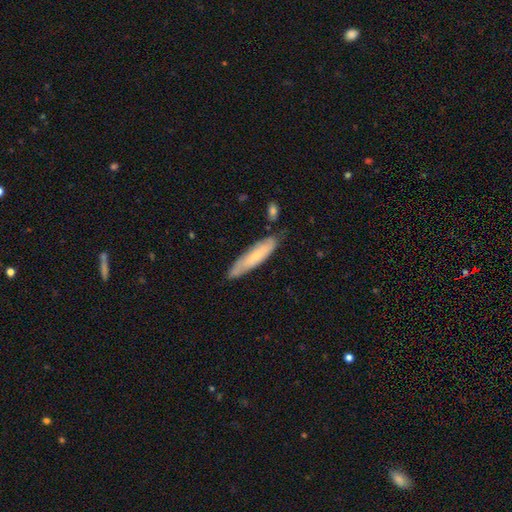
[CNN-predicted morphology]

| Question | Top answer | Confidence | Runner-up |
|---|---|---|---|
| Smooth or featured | smooth | 55% | featured or disk (39%) |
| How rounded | cigar-shaped | 79% | in between (19%) |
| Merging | none | 74% | minor disturbance (18%) |